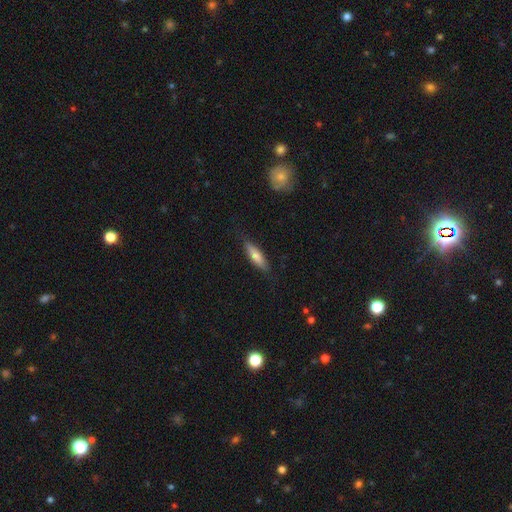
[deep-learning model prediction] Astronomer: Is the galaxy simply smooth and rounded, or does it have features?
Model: smooth — 65%.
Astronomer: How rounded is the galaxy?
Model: cigar-shaped — 69%.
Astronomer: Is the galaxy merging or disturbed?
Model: none — 83%.